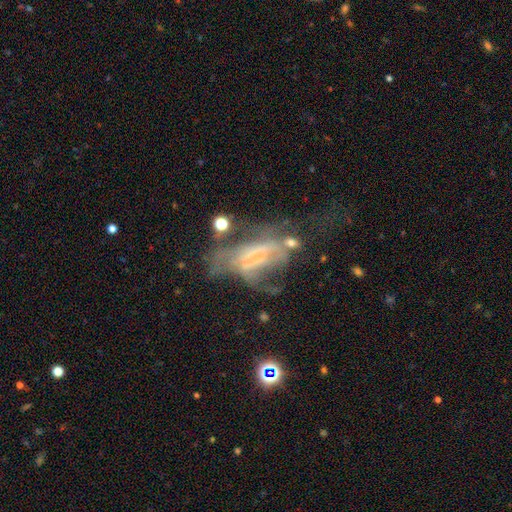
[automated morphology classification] Smooth or featured?
  - featured or disk: 60% *
  - smooth: 22%
  - star or artifact: 17%
Edge-on disk?
  - no: 88% *
  - yes: 12%
Bar?
  - no: 72% *
  - weak: 17%
  - strong: 11%
Spiral arms?
  - no: 67% *
  - yes: 33%
Bulge size?
  - none: 67% *
  - small: 14%
  - moderate: 10%
  - large: 6%
  - dominant: 2%
Merging?
  - major disturbance: 47% *
  - none: 22%
  - minor disturbance: 17%
  - merger: 14%